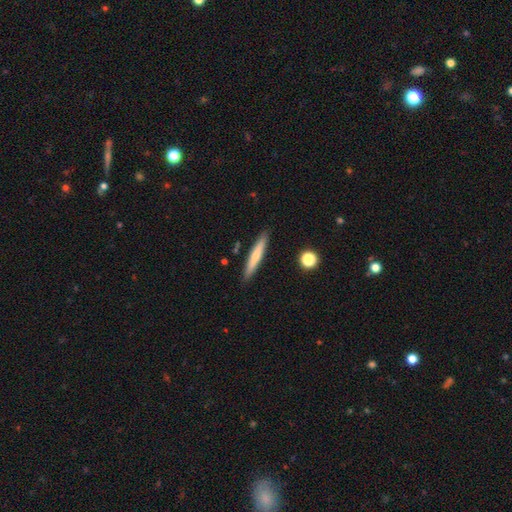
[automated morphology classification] Overall: smooth (60%; featured or disk 34%). How rounded: cigar-shaped (94%). Merging: none (89%).